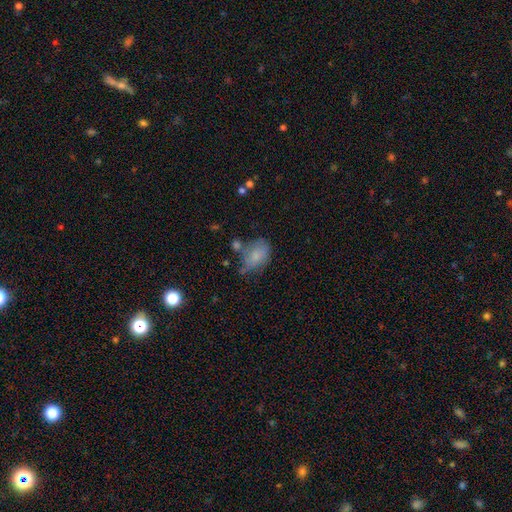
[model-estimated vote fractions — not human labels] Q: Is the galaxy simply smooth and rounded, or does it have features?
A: smooth — 72%.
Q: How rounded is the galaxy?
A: in between — 81%.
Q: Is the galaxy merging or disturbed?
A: none — 42%.